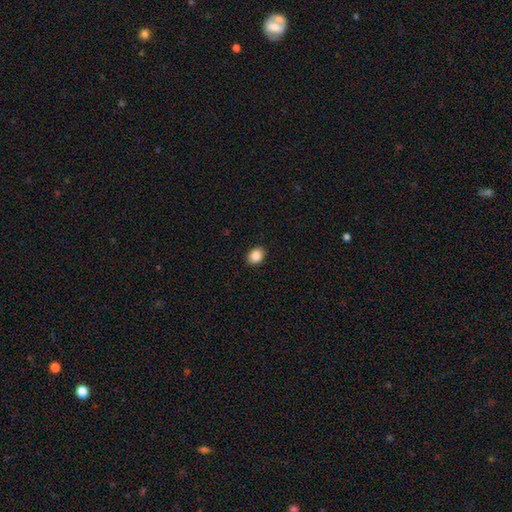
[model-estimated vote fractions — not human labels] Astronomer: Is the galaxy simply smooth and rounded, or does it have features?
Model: smooth — 87%.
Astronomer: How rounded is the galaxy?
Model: in between — 59% (runner-up: round, 40%).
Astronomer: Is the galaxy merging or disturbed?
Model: none — 90%.